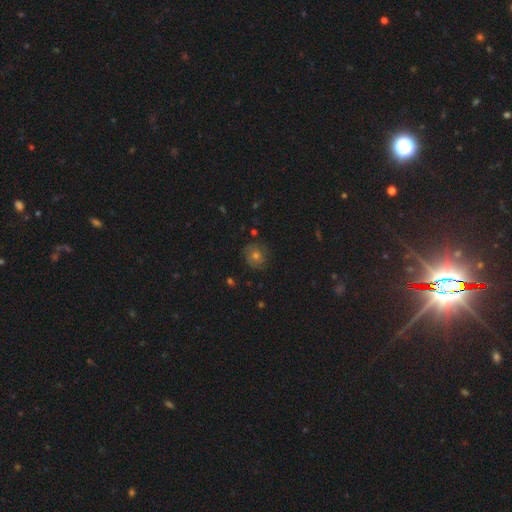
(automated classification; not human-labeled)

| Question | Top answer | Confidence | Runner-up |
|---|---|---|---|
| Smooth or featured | smooth | 54% | featured or disk (25%) |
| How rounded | round | 82% | in between (17%) |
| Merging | none | 81% | minor disturbance (13%) |